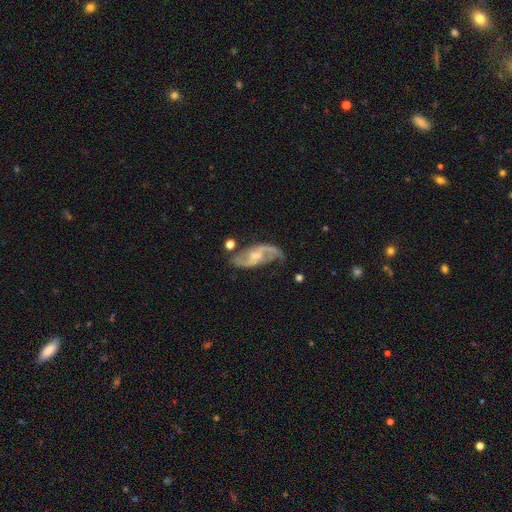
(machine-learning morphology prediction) The model was most divided on "bulge size": small: 45%, moderate: 43%, none: 7%, large: 3%, dominant: 1%. Remaining: edge-on disk — no (95%); spiral arms — yes (95%); spiral arm count — 2 (91%); smooth or featured — featured or disk (87%); merging — none (62%); spiral winding — loose (60%); bar — weak (46%).